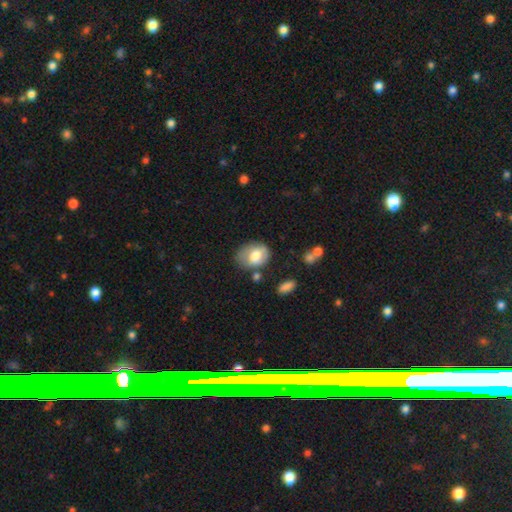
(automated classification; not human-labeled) Overall: smooth (68%). How rounded: in between (61%; round 38%). Merging: none (54%; minor disturbance 29%).